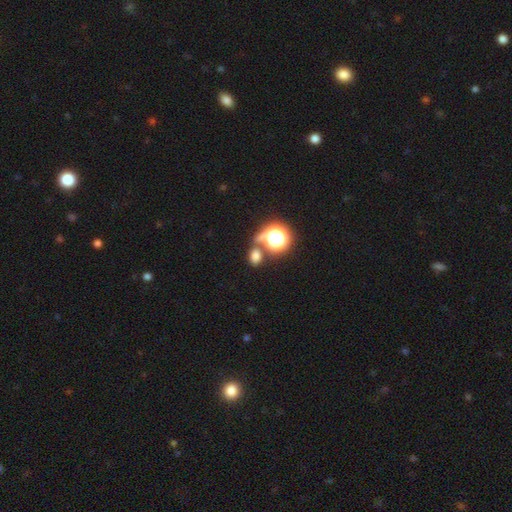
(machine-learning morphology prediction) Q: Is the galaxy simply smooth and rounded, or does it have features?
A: smooth — 66%.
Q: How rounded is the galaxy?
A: in between — 55%.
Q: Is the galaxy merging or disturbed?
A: none — 60%.